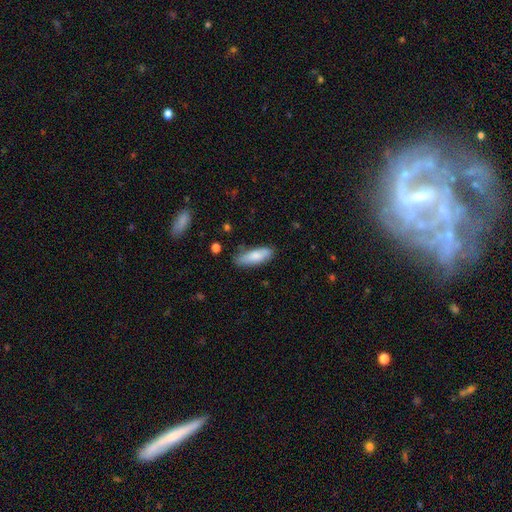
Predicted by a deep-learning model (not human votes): Overall: smooth (80%). How rounded: in between (57%; cigar-shaped 42%). Merging: none (77%).